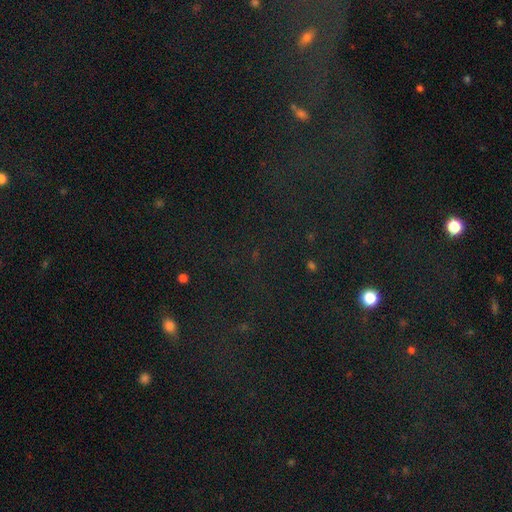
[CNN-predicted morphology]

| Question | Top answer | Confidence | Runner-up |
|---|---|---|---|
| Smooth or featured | star or artifact | 75% | smooth (14%) |